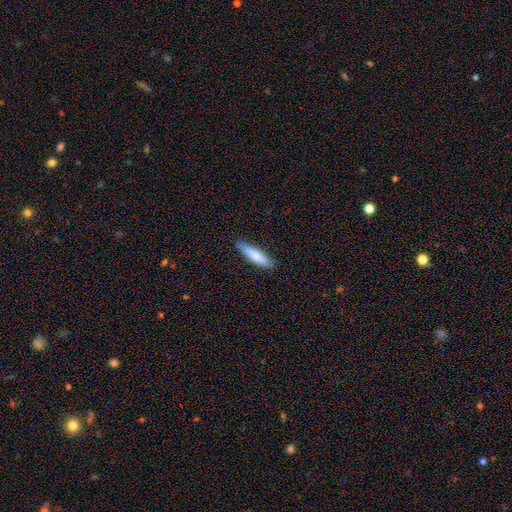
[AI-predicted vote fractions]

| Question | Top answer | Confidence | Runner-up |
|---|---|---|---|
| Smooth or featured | smooth | 75% | featured or disk (19%) |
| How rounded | cigar-shaped | 75% | in between (24%) |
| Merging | none | 84% | minor disturbance (13%) |